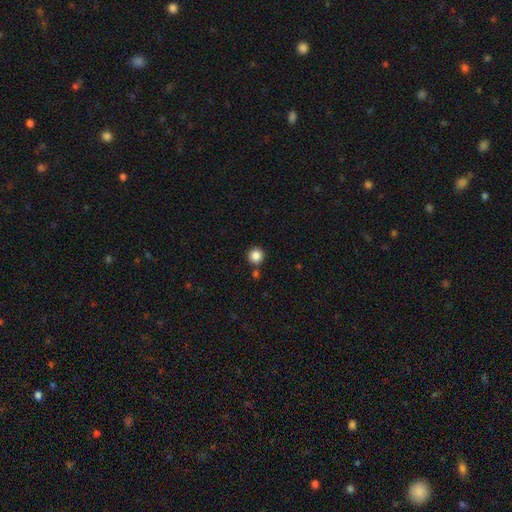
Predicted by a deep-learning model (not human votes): Smooth or featured: smooth — 86% (star or artifact — 10%)
How rounded: round — 94% (in between — 5%)
Merging: none — 83% (merger — 7%)